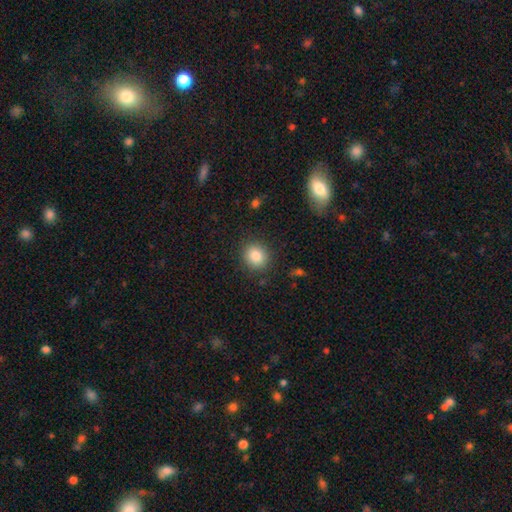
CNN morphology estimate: Smooth or featured? smooth (85%)
How rounded? round (79%)
Merging? none (88%)